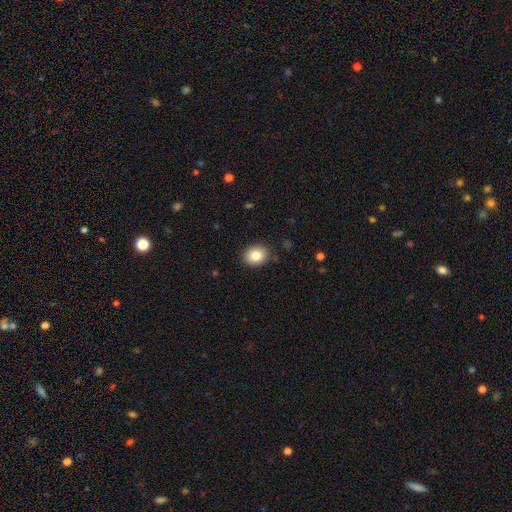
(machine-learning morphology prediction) Smooth or featured? Predicted: smooth (p=0.83). How rounded? Predicted: round (p=0.54). Merging? Predicted: none (p=0.89).